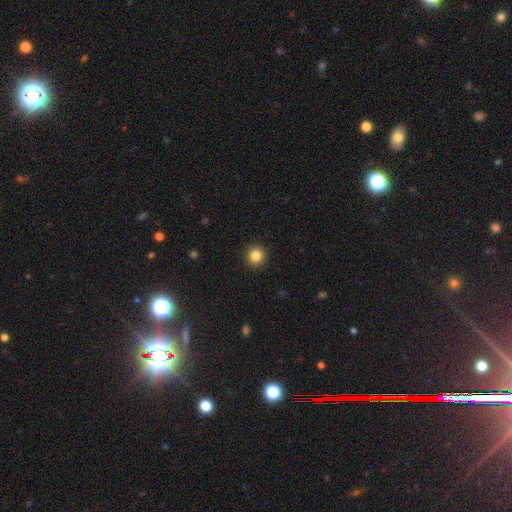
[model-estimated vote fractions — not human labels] A smooth galaxy with no disk features (84%) that is round (93%).

Vote fractions:
- Smooth or featured? smooth: 84% / star or artifact: 11% / featured or disk: 5%
- How rounded? round: 93% / in between: 6% / cigar-shaped: 1%
- Merging? none: 92% / minor disturbance: 6% / major disturbance: 2% / merger: 1%